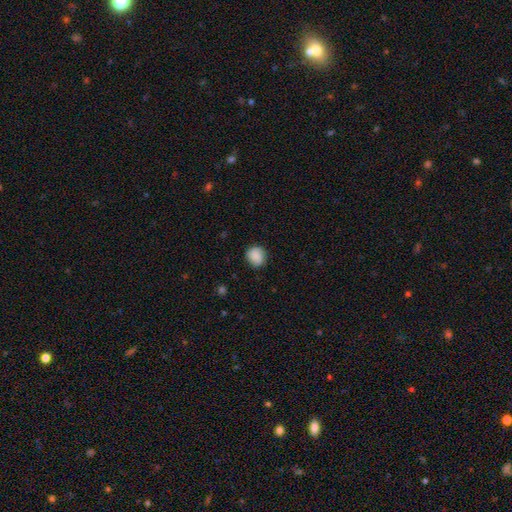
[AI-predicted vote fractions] Smooth or featured?
  - smooth: 85% *
  - star or artifact: 8%
  - featured or disk: 7%
How rounded?
  - round: 83% *
  - in between: 16%
  - cigar-shaped: 1%
Merging?
  - none: 82% *
  - minor disturbance: 14%
  - major disturbance: 3%
  - merger: 1%